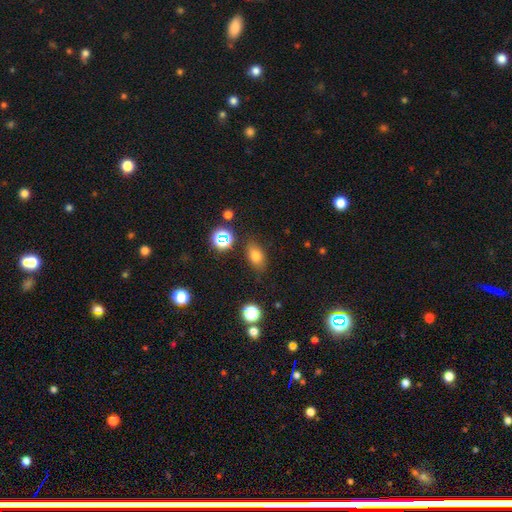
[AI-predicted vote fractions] The model was most divided on "smooth or featured": smooth: 75%, star or artifact: 15%, featured or disk: 10%. More confident: merging — none (81%); how rounded — in between (79%).